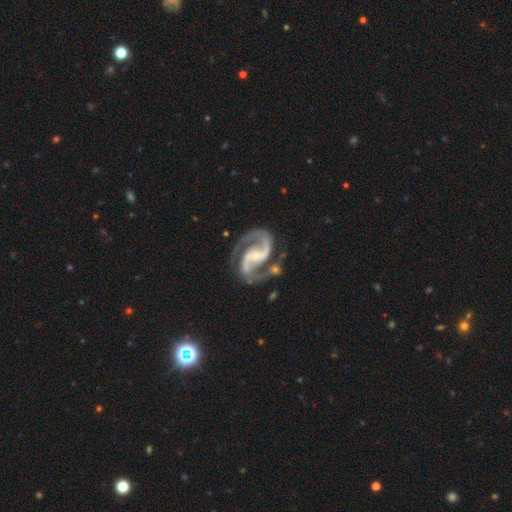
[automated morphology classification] This appears to be a featured or disk galaxy (94%) with no bar (38%), 2 (94%) medium (67%) spiral arms (99%) and a small central bulge (65%). Merging: none (70%).